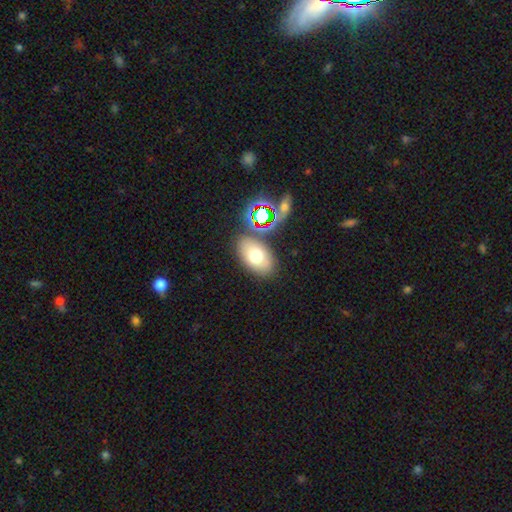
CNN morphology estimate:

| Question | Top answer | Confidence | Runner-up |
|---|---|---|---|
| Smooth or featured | smooth | 68% | featured or disk (18%) |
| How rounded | in between | 88% | round (11%) |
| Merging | none | 78% | minor disturbance (11%) |